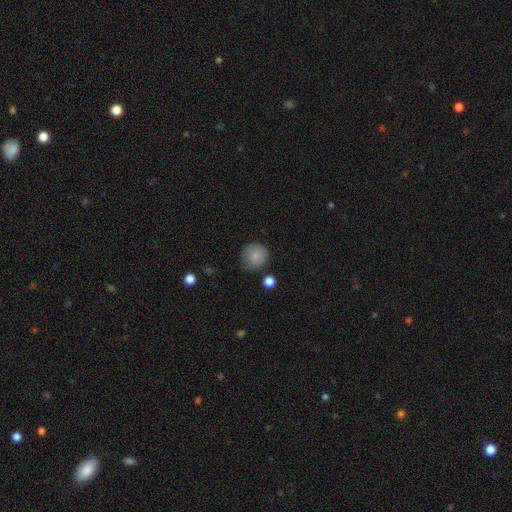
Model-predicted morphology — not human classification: Smooth or featured?
  - smooth: 84% *
  - featured or disk: 8%
  - star or artifact: 8%
How rounded?
  - round: 93% *
  - in between: 6%
  - cigar-shaped: 1%
Merging?
  - none: 79% *
  - minor disturbance: 15%
  - major disturbance: 4%
  - merger: 3%